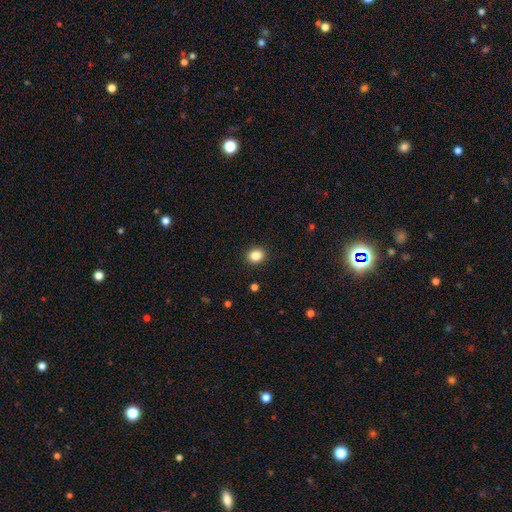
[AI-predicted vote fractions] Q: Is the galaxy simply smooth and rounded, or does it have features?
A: smooth — 85%.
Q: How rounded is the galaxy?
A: round — 63%.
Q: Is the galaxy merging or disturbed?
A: none — 91%.